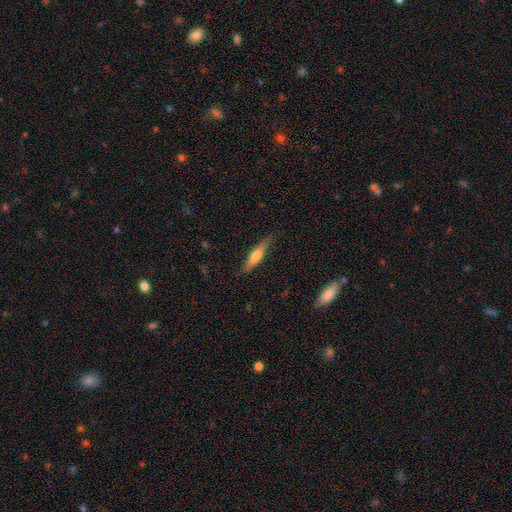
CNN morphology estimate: smooth 56%, featured or disk 38%, star or artifact 6%. Down the decision tree: how rounded — cigar-shaped (77%); merging — none (79%).